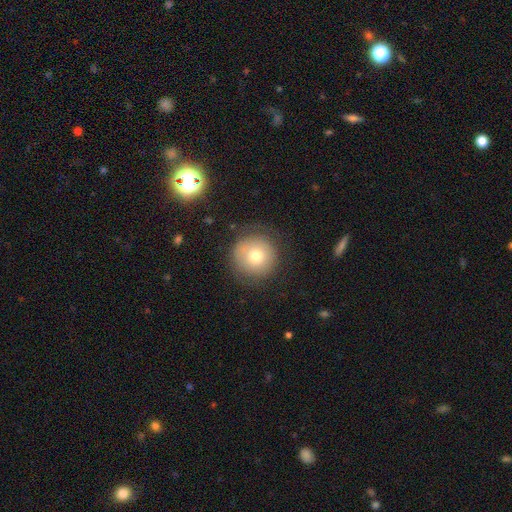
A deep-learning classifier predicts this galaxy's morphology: type=smooth (71%); roundness=round (95%); merging=none (79%).